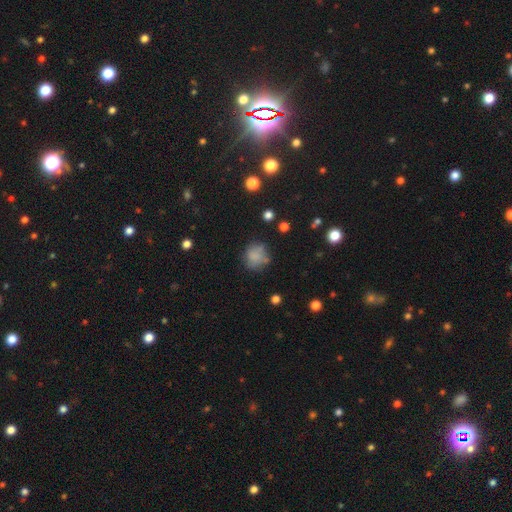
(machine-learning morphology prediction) A smooth galaxy with no disk features (74%) that is round (81%). Merging: none (61%).